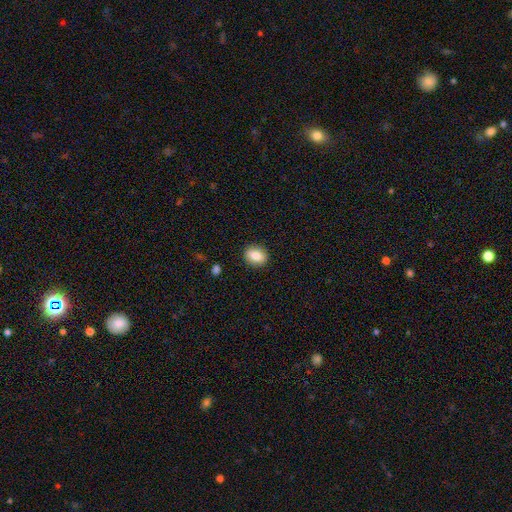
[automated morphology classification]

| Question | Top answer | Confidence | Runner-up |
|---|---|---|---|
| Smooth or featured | smooth | 81% | featured or disk (10%) |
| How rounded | in between | 51% | round (47%) |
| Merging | none | 89% | minor disturbance (8%) |